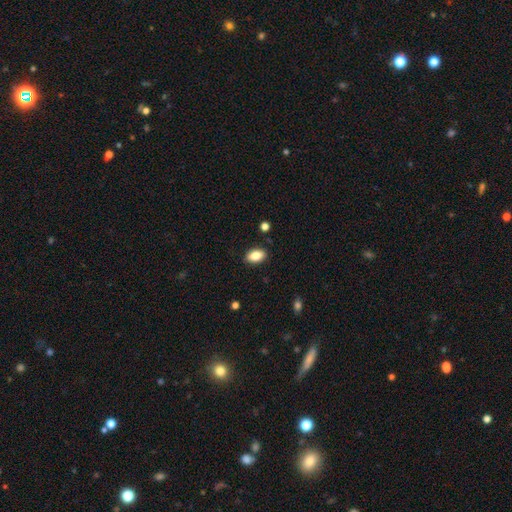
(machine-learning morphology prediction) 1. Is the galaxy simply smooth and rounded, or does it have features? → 85% smooth, 8% star or artifact, 8% featured or disk.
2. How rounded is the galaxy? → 90% in between, 8% round, 2% cigar-shaped.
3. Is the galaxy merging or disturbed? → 88% none, 8% minor disturbance, 2% major disturbance, 1% merger.